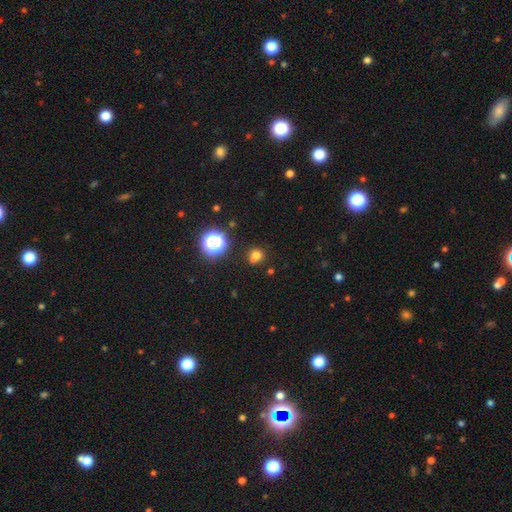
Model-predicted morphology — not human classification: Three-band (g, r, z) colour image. It shows a smooth galaxy with no disk features (70%) that is round (83%). Merging: none (59%).